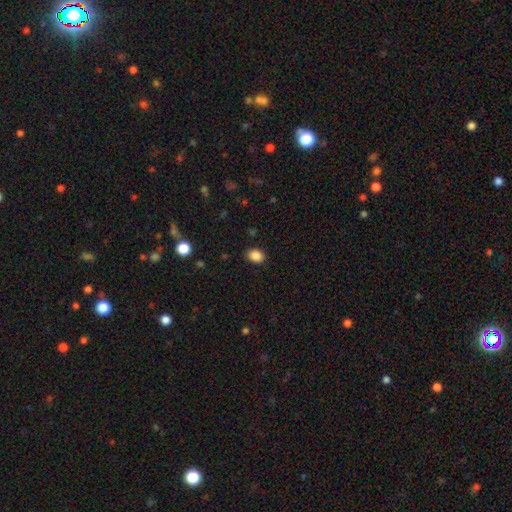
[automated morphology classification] Q: Smooth or featured?
A: smooth (87%); runner-up: star or artifact (10%)
Q: How rounded?
A: in between (63%); runner-up: round (36%)
Q: Merging?
A: none (88%); runner-up: minor disturbance (9%)